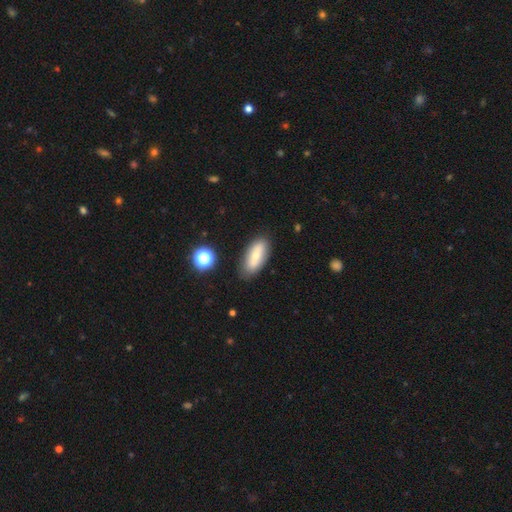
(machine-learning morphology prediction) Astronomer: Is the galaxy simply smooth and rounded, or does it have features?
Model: smooth — 66%.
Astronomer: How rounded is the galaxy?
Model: in between — 80%.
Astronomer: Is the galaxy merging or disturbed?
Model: none — 80%.